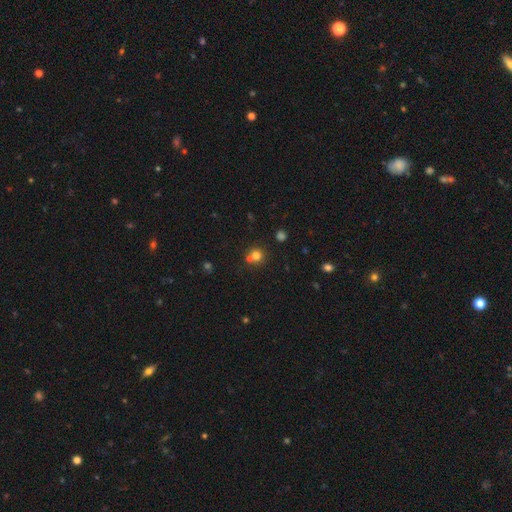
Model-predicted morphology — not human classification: smooth-or-featured: smooth: 74% | star or artifact: 17% | featured or disk: 9%
  how-rounded: round: 89% | in between: 10% | cigar-shaped: 1%
  merging: none: 58% | merger: 33% | minor disturbance: 7% | major disturbance: 3%